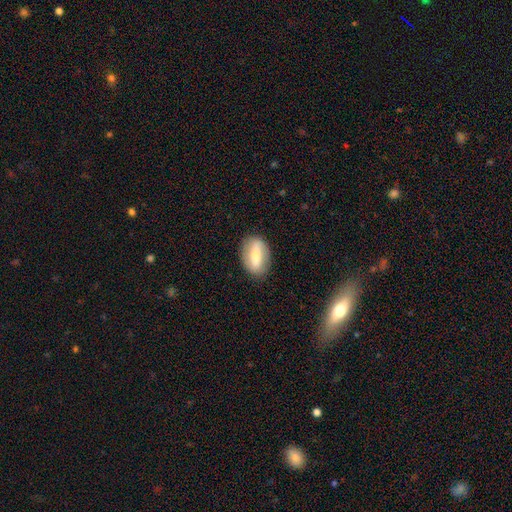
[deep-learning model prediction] Overall: smooth (55%; featured or disk 39%). How rounded: in between (83%). Merging: none (85%).